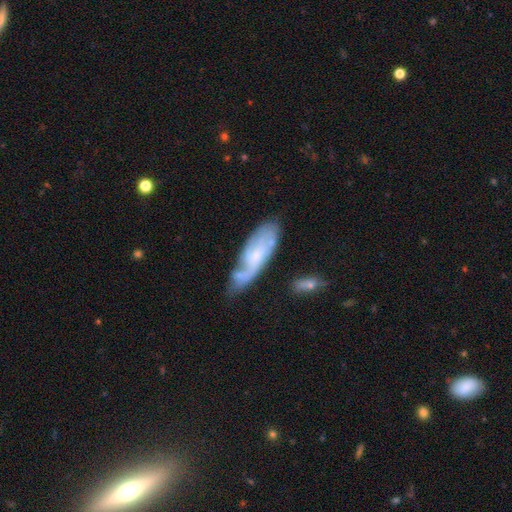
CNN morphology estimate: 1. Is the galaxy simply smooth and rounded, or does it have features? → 63% featured or disk, 30% smooth, 7% star or artifact.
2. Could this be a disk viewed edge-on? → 84% no, 16% yes.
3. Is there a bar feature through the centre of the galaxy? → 64% no, 31% weak, 5% strong.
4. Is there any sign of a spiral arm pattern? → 86% yes, 14% no.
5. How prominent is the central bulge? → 58% small, 23% moderate, 16% none, 2% large, 1% dominant.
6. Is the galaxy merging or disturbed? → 54% none, 28% minor disturbance, 11% major disturbance, 8% merger.